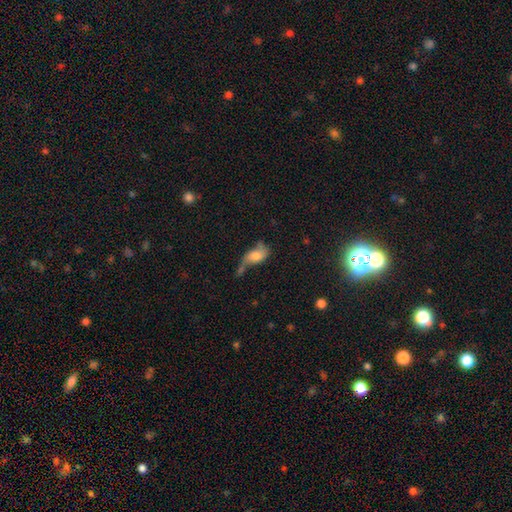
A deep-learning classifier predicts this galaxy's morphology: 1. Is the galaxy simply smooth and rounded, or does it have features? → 52% smooth, 37% featured or disk, 11% star or artifact.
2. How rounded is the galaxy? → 86% in between, 8% round, 6% cigar-shaped.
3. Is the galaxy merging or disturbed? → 29% major disturbance, 25% none, 23% merger, 22% minor disturbance.